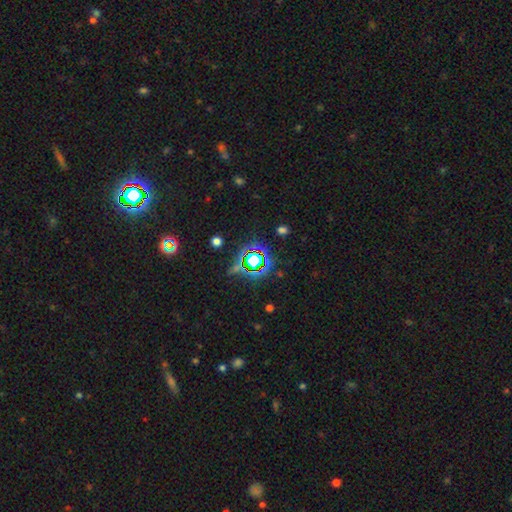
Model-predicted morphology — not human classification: type=star or artifact (73%).